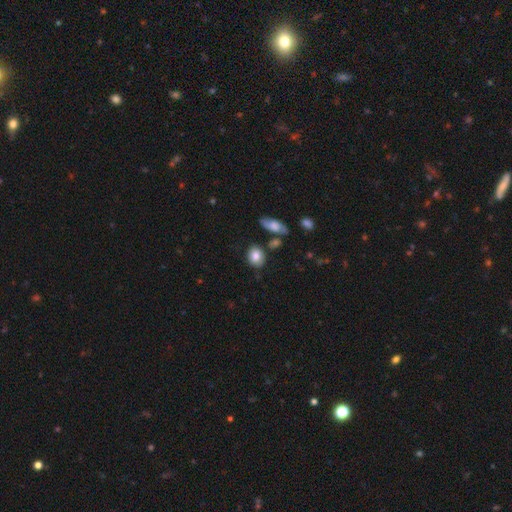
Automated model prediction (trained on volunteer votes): Smooth or featured? smooth (80%)
How rounded? in between (55%)
Merging? none (78%)